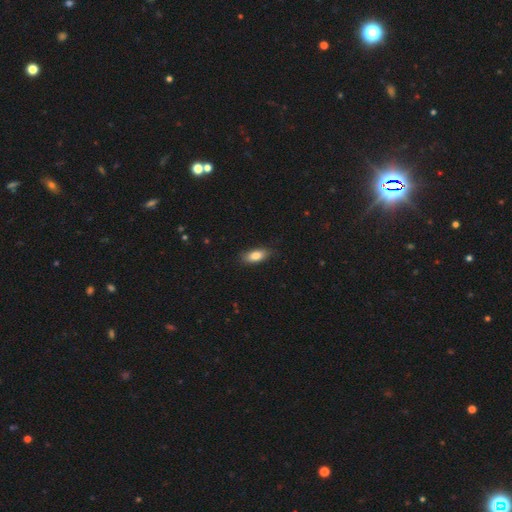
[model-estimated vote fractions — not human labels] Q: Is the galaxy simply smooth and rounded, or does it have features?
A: smooth — 82%.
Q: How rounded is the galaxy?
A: in between — 83%.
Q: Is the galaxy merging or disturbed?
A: none — 82%.